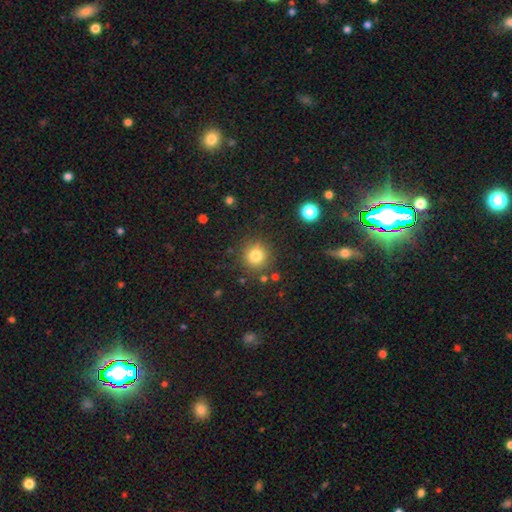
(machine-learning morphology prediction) smooth-or-featured: smooth: 79% | star or artifact: 14% | featured or disk: 7%
  how-rounded: round: 92% | in between: 7% | cigar-shaped: 1%
  merging: none: 85% | minor disturbance: 9% | merger: 4% | major disturbance: 3%